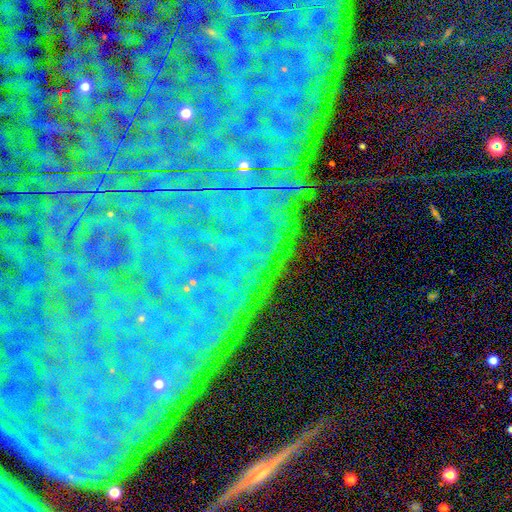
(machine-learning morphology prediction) A star or artifact, not a galaxy (80%).